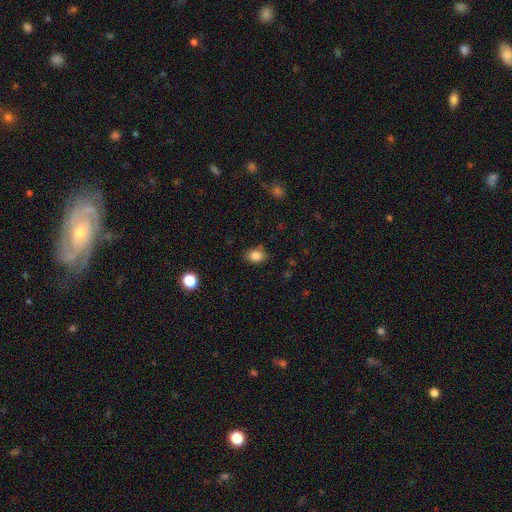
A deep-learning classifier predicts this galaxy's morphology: A smooth galaxy with no disk features (83%) that is in between round and cigar-shaped (60%).

Vote fractions:
- Smooth or featured? smooth: 83% / star or artifact: 10% / featured or disk: 6%
- How rounded? in between: 60% / round: 39% / cigar-shaped: 1%
- Merging? none: 81% / minor disturbance: 14% / major disturbance: 3% / merger: 2%